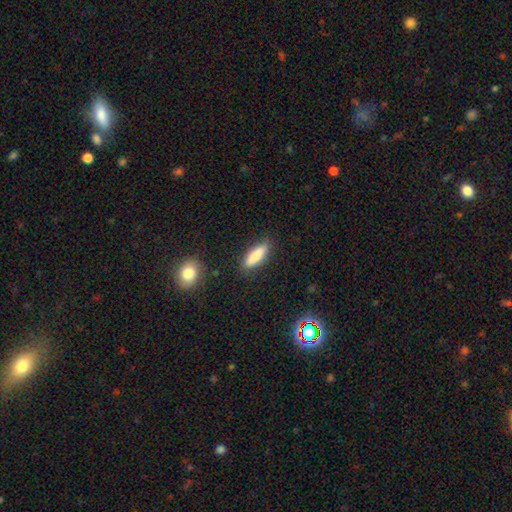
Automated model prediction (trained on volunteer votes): Smooth or featured: smooth — 82% (featured or disk — 11%)
How rounded: in between — 49% (tied with cigar-shaped — 49%)
Merging: none — 83% (minor disturbance — 12%)